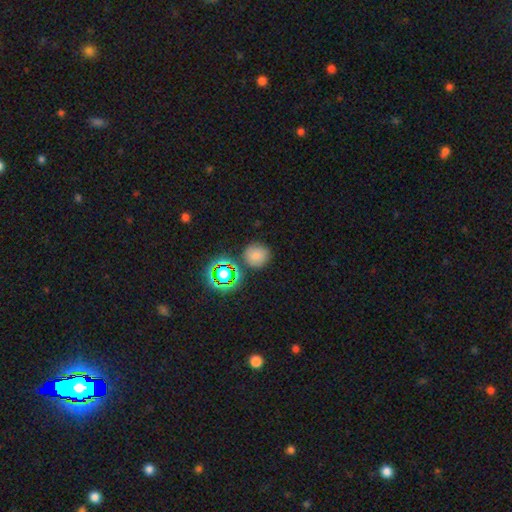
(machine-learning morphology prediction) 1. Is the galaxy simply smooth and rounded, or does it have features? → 73% smooth, 19% star or artifact, 8% featured or disk.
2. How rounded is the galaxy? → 91% round, 8% in between, 1% cigar-shaped.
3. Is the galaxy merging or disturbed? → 81% none, 10% minor disturbance, 5% merger, 3% major disturbance.